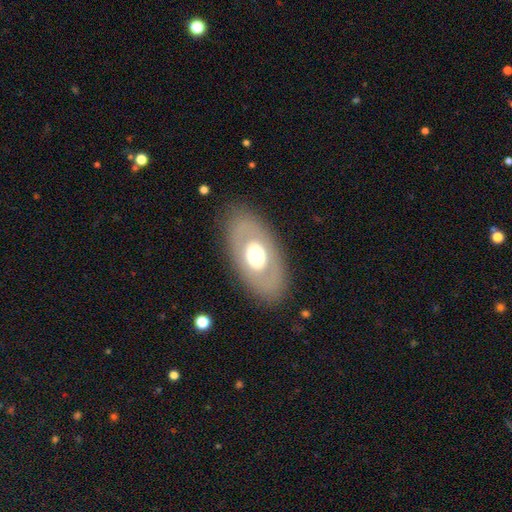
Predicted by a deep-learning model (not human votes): Morphology: type=smooth (51%); roundness=in between (89%); merging=none (83%).